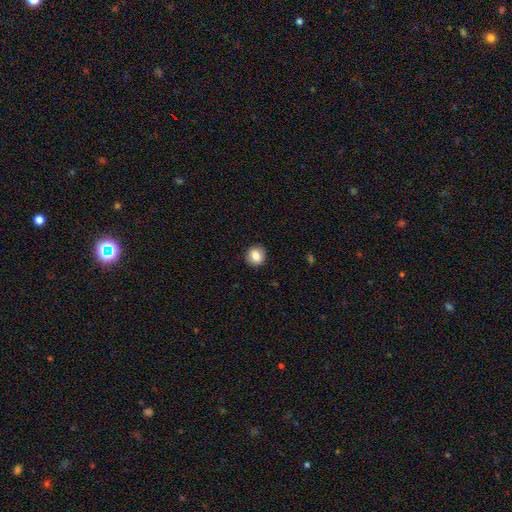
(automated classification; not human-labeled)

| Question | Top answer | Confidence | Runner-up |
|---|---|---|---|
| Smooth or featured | smooth | 82% | star or artifact (9%) |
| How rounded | round | 85% | in between (14%) |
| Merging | none | 91% | minor disturbance (7%) |